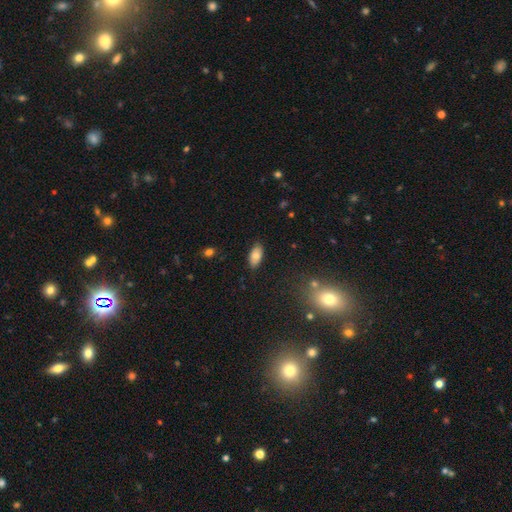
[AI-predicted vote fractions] smooth-or-featured: smooth: 80% | featured or disk: 12% | star or artifact: 8%
  how-rounded: in between: 92% | cigar-shaped: 5% | round: 3%
  merging: none: 84% | minor disturbance: 12% | major disturbance: 2% | merger: 1%